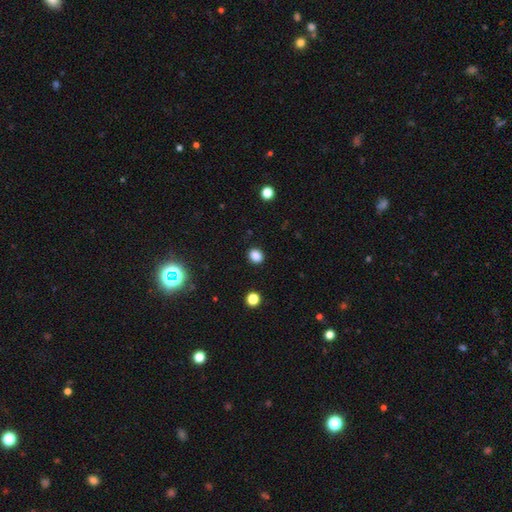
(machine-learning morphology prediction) This appears to be a smooth galaxy with no disk features (85%) that is round (64%). Merging: none (89%).